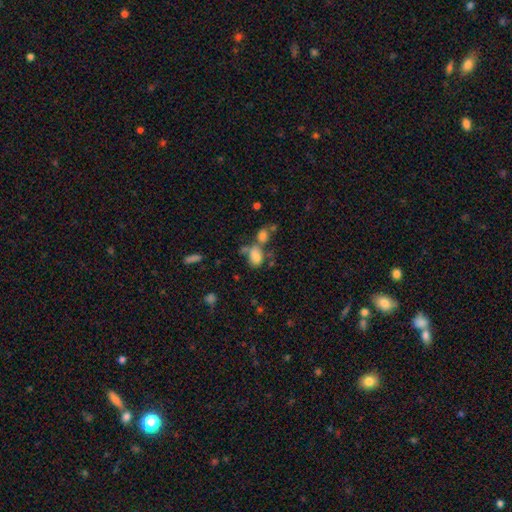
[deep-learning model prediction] Smooth or featured? Predicted: smooth (p=0.73). How rounded? Predicted: in between (p=0.75). Merging? Predicted: merger (p=0.45).